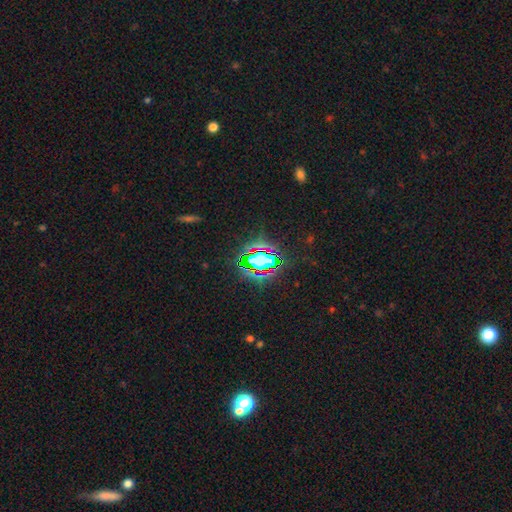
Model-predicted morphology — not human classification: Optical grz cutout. It shows a star or artifact, not a galaxy (80%).